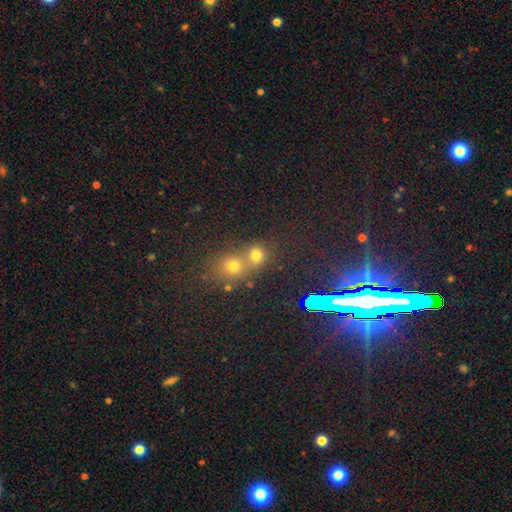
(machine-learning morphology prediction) smooth 58%, star or artifact 33%, featured or disk 9%. Down the decision tree: how rounded — round (81%); merging — merger (49%).